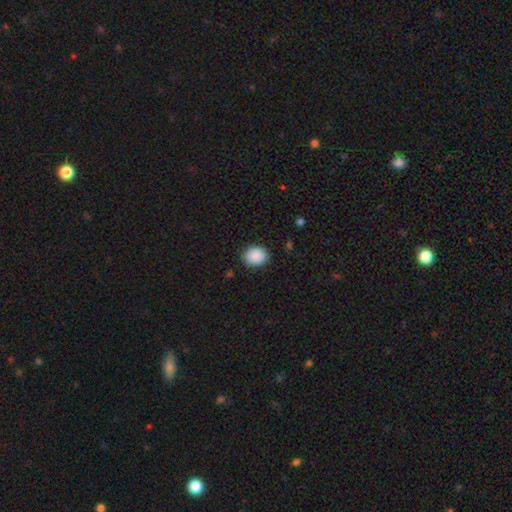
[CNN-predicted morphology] A smooth galaxy with no disk features (90%) that is round (59%). Merging: none (88%).